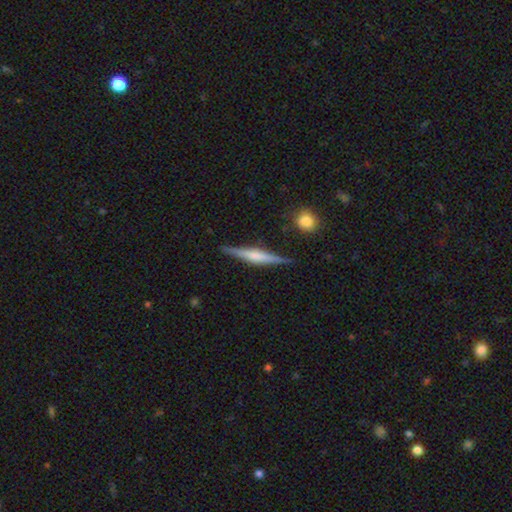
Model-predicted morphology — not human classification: Smooth or featured? Predicted: featured or disk (p=0.70). Edge-on disk? Predicted: yes (p=0.97). Edge-on bulge? Predicted: rounded (p=0.55). Merging? Predicted: none (p=0.87).